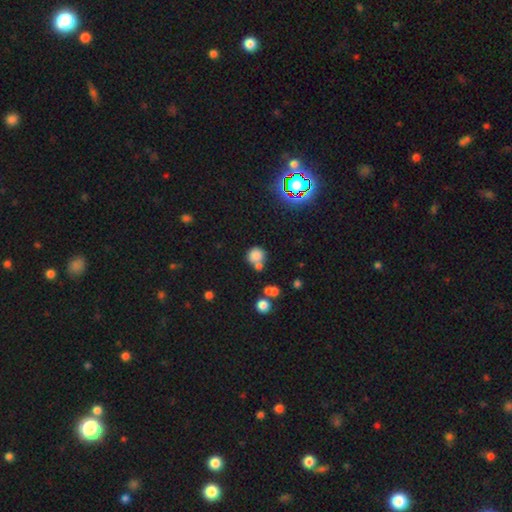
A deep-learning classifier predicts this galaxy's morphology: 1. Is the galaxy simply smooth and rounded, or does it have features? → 77% smooth, 15% star or artifact, 8% featured or disk.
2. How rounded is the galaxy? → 88% round, 11% in between, 1% cigar-shaped.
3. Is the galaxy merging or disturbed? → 55% none, 28% merger, 12% minor disturbance, 5% major disturbance.